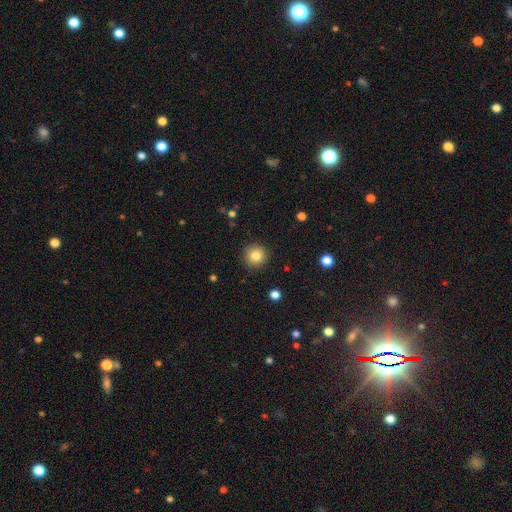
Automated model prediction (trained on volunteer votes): A smooth galaxy with no disk features (83%) that is round (94%). Merging: none (90%).